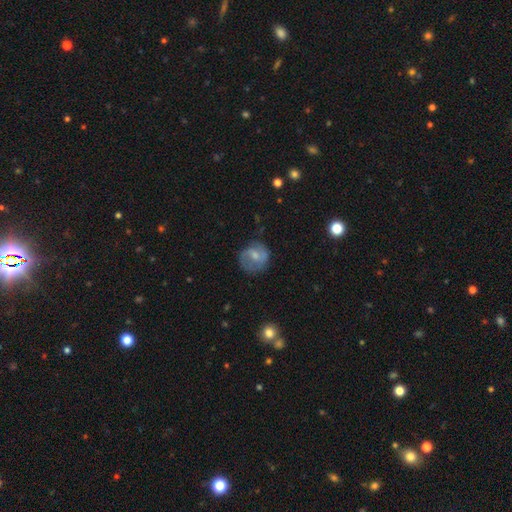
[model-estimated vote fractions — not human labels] Smooth or featured? Predicted: featured or disk (p=0.47). Merging? Predicted: none (p=0.67).